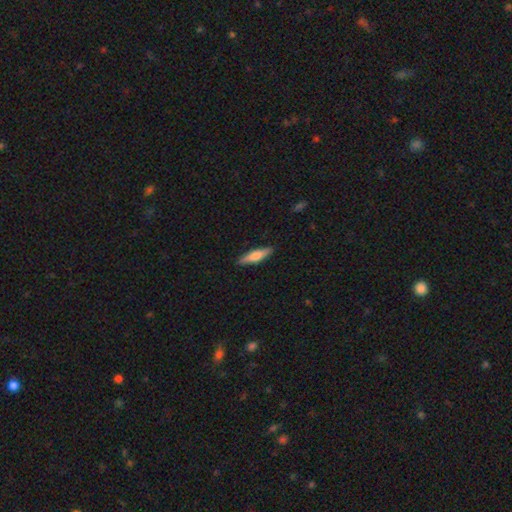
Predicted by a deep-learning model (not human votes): smooth-or-featured: smooth: 55% | featured or disk: 39% | star or artifact: 6%
  how-rounded: cigar-shaped: 75% | in between: 23% | round: 2%
  merging: none: 89% | minor disturbance: 8% | major disturbance: 2% | merger: 1%